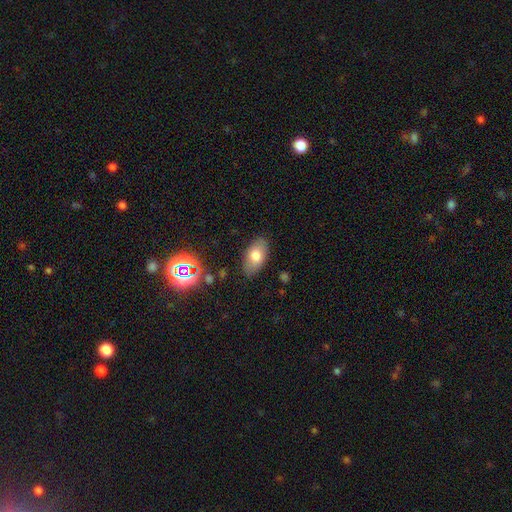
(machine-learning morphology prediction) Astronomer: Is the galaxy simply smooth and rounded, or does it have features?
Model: smooth — 74%.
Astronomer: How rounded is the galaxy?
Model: in between — 92%.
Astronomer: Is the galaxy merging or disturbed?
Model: none — 84%.